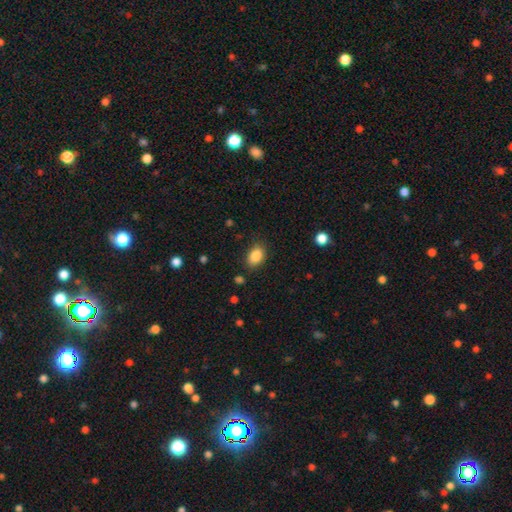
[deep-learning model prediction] smooth-or-featured: smooth: 87% | star or artifact: 8% | featured or disk: 5%
  how-rounded: in between: 81% | round: 18% | cigar-shaped: 1%
  merging: none: 83% | minor disturbance: 12% | major disturbance: 3% | merger: 1%